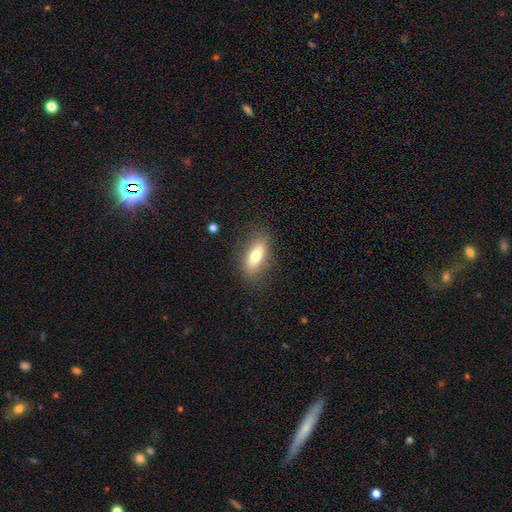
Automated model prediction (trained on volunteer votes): smooth-or-featured: smooth: 72% | featured or disk: 21% | star or artifact: 8%
  how-rounded: in between: 75% | cigar-shaped: 21% | round: 4%
  merging: none: 82% | minor disturbance: 13% | major disturbance: 4% | merger: 1%